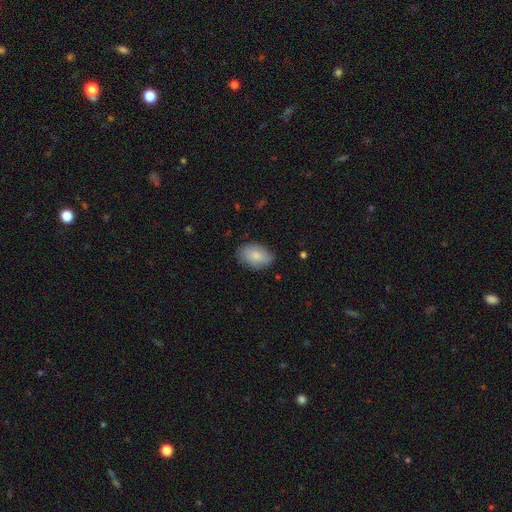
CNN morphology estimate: A smooth galaxy with no disk features (79%) that is in between round and cigar-shaped (90%). Merging: none (76%).